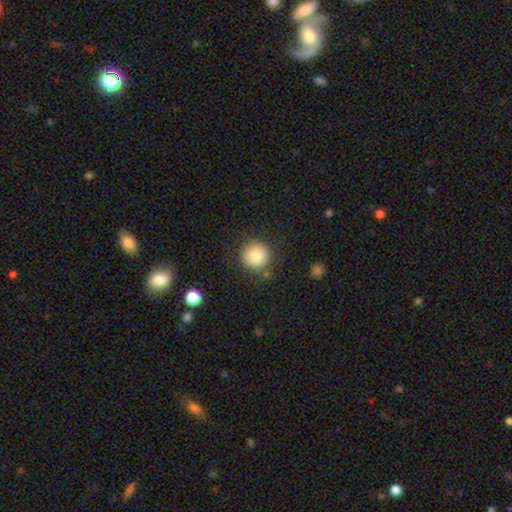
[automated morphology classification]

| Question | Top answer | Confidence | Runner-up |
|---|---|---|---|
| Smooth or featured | smooth | 83% | star or artifact (9%) |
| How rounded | round | 94% | in between (5%) |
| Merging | none | 83% | minor disturbance (10%) |